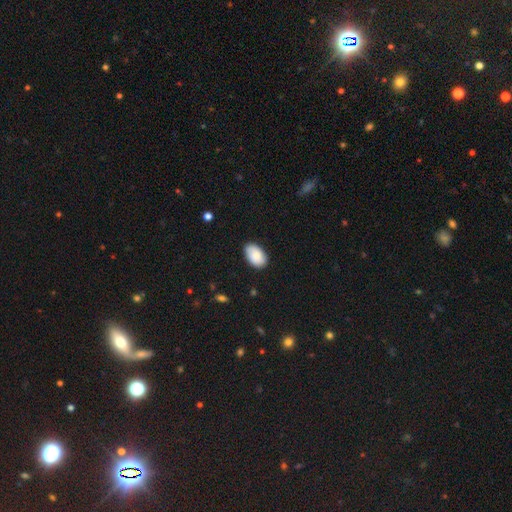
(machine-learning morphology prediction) smooth_or_featured: smooth (p=0.83) [alt: featured or disk p=0.10]
how_rounded: in between (p=0.92) [alt: round p=0.07]
merging: none (p=0.83) [alt: minor disturbance p=0.13]